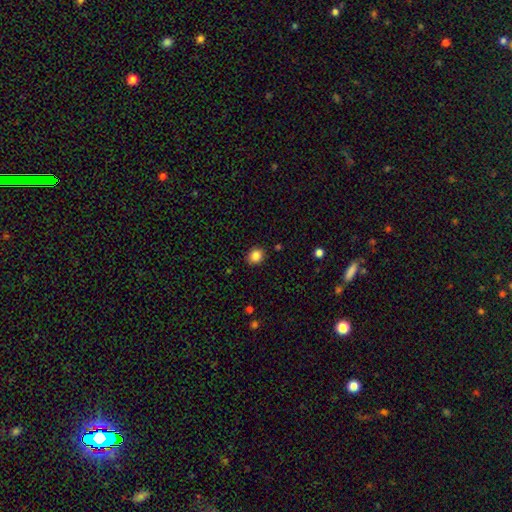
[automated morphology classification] smooth 85%, star or artifact 10%, featured or disk 5%. Down the decision tree: how rounded — round (75%); merging — none (90%).